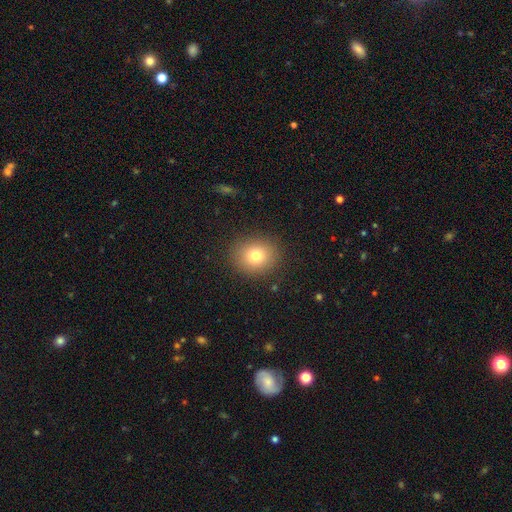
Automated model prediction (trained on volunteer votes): Smooth or featured: smooth — 77% (star or artifact — 12%)
How rounded: round — 73% (in between — 26%)
Merging: none — 88% (minor disturbance — 8%)